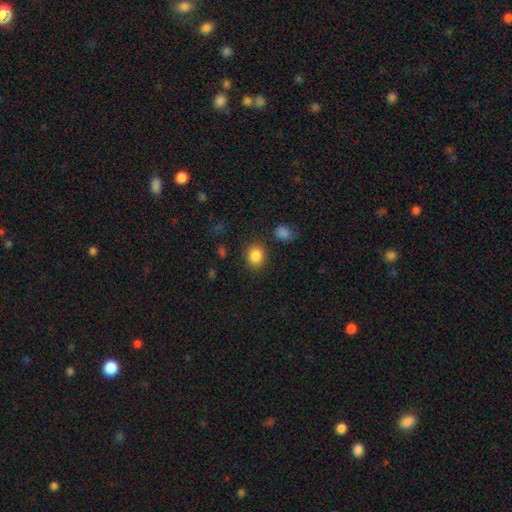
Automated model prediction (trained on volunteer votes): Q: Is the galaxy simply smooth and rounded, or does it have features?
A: smooth — 86%.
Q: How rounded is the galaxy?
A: round — 61%.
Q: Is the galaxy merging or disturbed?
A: none — 85%.